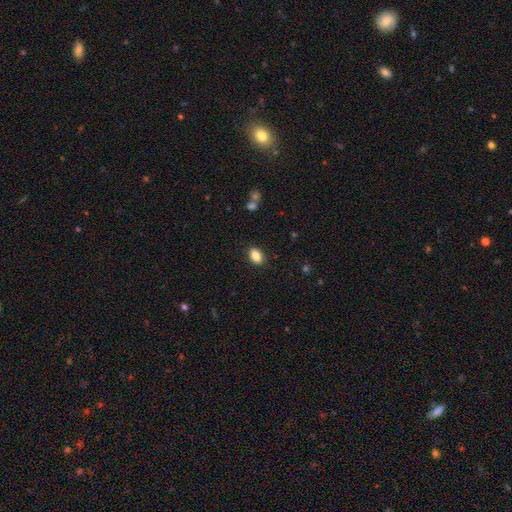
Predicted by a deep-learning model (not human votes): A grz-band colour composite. It shows a smooth galaxy with no disk features (85%) that is in between round and cigar-shaped (87%). Merging: none (88%).